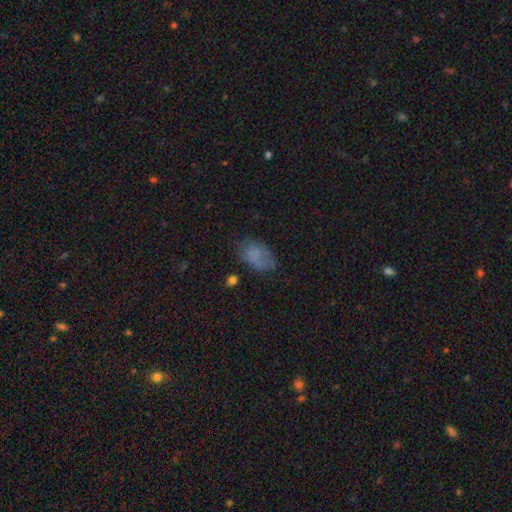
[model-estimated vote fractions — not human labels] smooth 71%, featured or disk 17%, star or artifact 12%. Down the decision tree: how rounded — in between (89%); merging — none (52%).